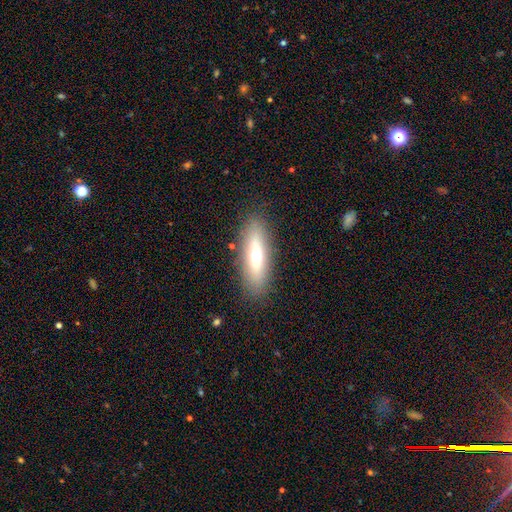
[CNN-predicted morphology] Q: Smooth or featured?
A: smooth (55%); runner-up: featured or disk (38%)
Q: How rounded?
A: cigar-shaped (54%); runner-up: in between (44%)
Q: Merging?
A: none (88%); runner-up: minor disturbance (9%)